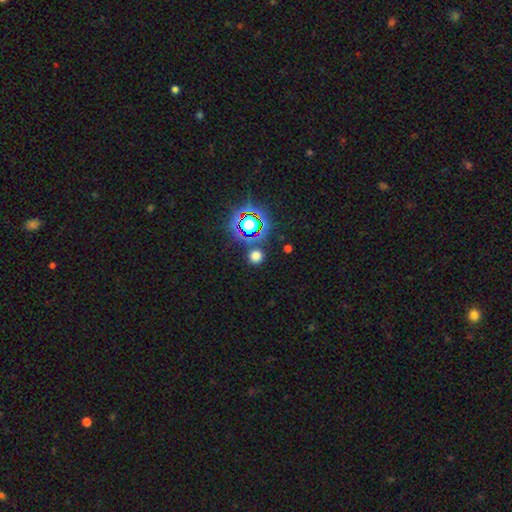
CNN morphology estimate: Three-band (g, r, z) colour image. It shows a smooth galaxy with no disk features (67%) that is round (91%). Merging: none (83%).